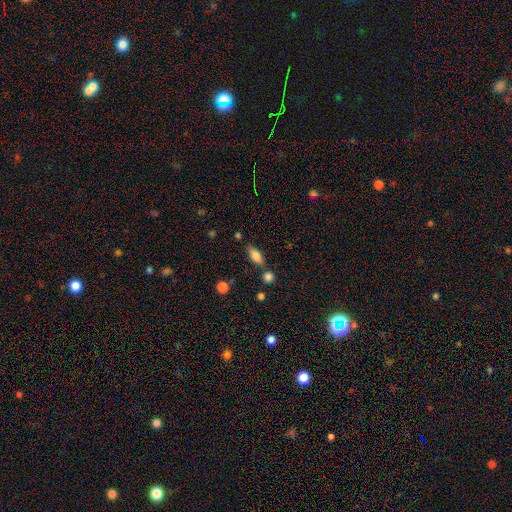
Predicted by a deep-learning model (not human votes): This is clearly a smooth galaxy (81%). How rounded: likely in between (80%). Merging: likely none (71%).